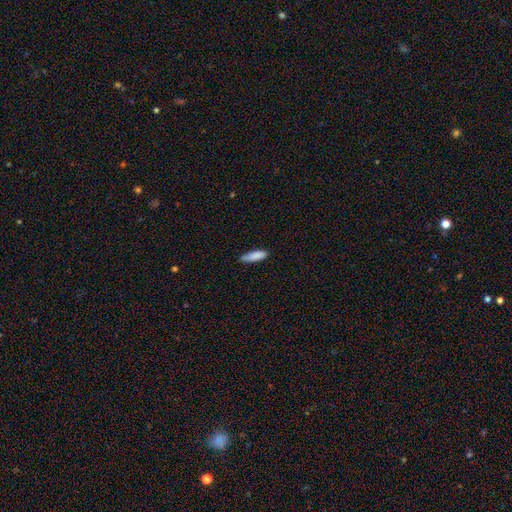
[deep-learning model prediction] Q: Smooth or featured?
A: smooth (87%); runner-up: featured or disk (7%)
Q: How rounded?
A: cigar-shaped (54%); runner-up: in between (45%)
Q: Merging?
A: none (76%); runner-up: minor disturbance (20%)